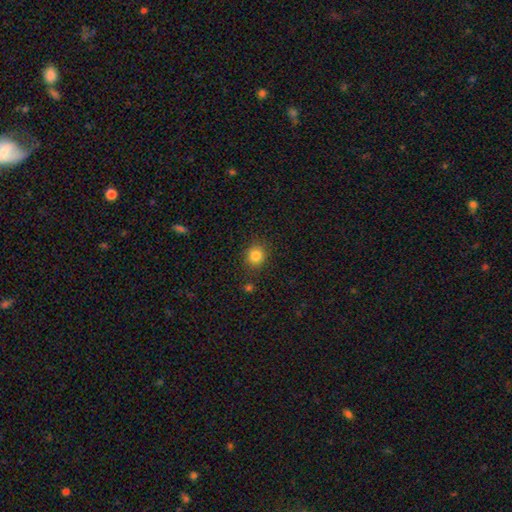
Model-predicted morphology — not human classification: Q: Smooth or featured?
A: smooth (84%); runner-up: star or artifact (11%)
Q: How rounded?
A: round (77%); runner-up: in between (22%)
Q: Merging?
A: none (83%); runner-up: minor disturbance (11%)